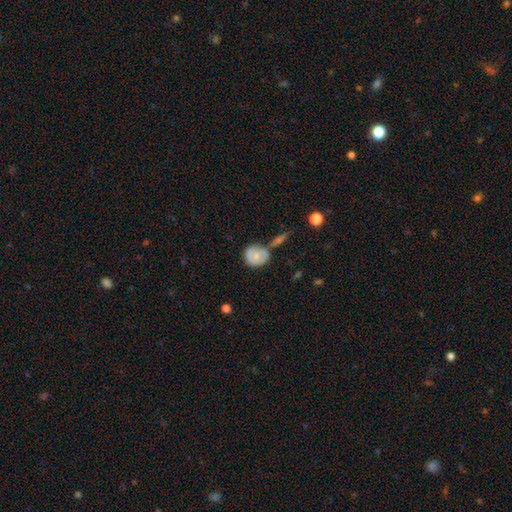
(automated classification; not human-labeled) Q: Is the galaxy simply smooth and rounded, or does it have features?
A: smooth — 57%.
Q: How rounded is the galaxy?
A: round — 73%.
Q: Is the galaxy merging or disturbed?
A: none — 52%.